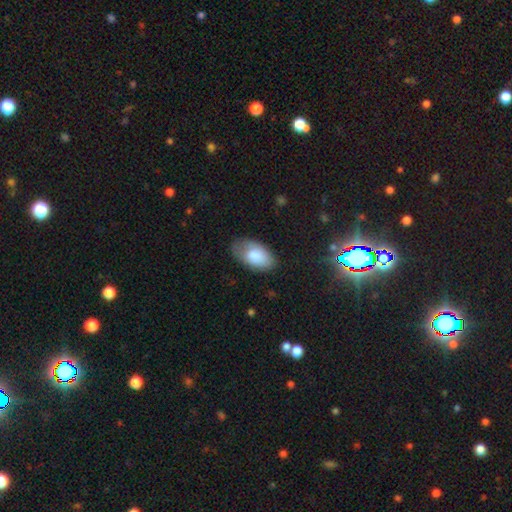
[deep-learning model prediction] This appears to be a smooth galaxy with no disk features (82%) that is in between round and cigar-shaped (94%). Merging: none (67%).